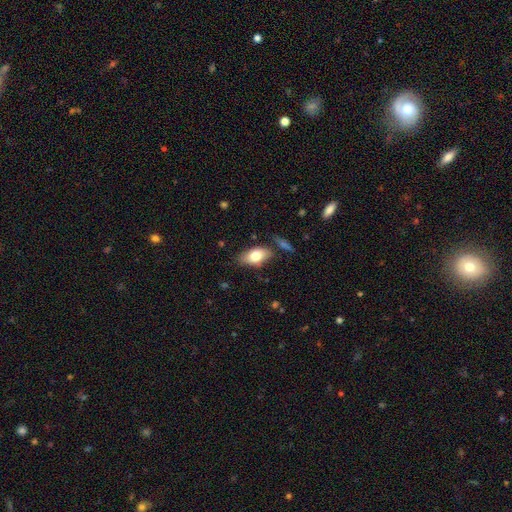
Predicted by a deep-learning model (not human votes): A smooth galaxy with no disk features (76%) that is in between round and cigar-shaped (90%). Merging: none (74%).